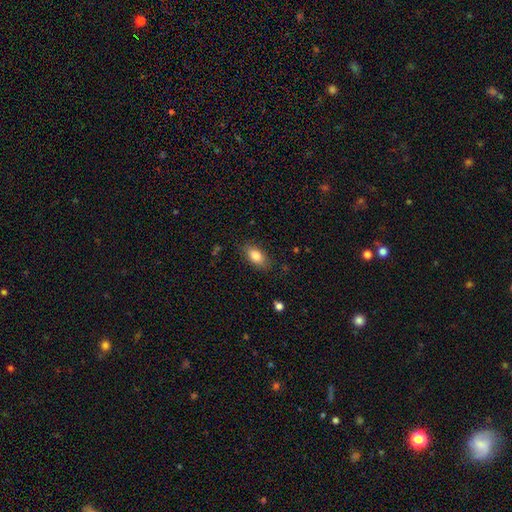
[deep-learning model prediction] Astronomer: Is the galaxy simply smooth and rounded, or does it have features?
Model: smooth — 82%.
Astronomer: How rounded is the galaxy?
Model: in between — 89%.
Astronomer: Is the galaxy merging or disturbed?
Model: none — 84%.